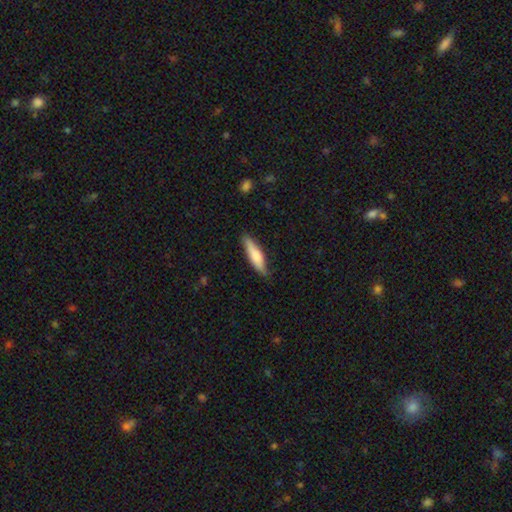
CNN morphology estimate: Smooth or featured?
  - smooth: 72% *
  - featured or disk: 23%
  - star or artifact: 5%
How rounded?
  - cigar-shaped: 74% *
  - in between: 24%
  - round: 2%
Merging?
  - none: 78% *
  - minor disturbance: 17%
  - major disturbance: 3%
  - merger: 1%